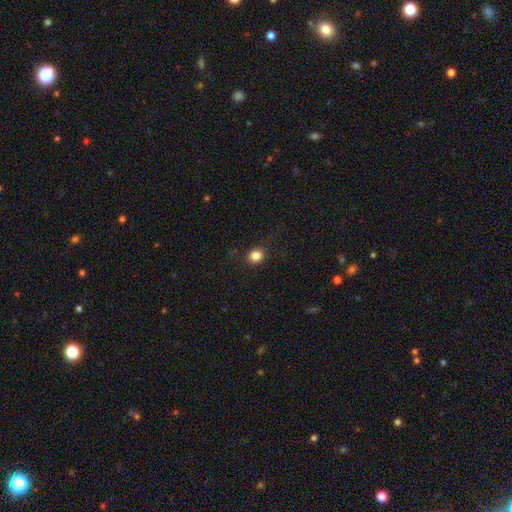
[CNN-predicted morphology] A smooth galaxy with no disk features (84%) that is round (80%). Merging: none (86%).